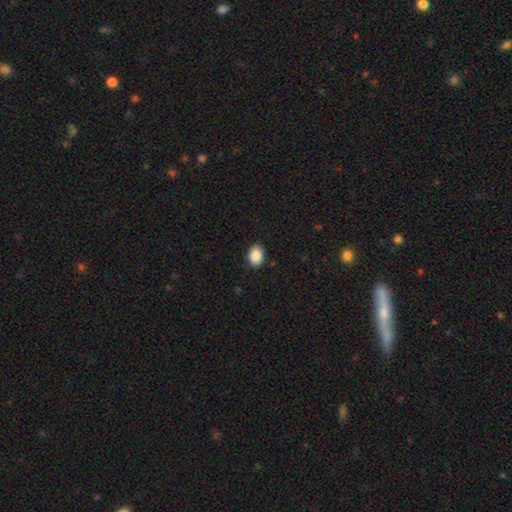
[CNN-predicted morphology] Smooth or featured?
  - smooth: 90% *
  - star or artifact: 7%
  - featured or disk: 3%
How rounded?
  - in between: 78% *
  - round: 21%
  - cigar-shaped: 1%
Merging?
  - none: 89% *
  - minor disturbance: 8%
  - major disturbance: 2%
  - merger: 1%